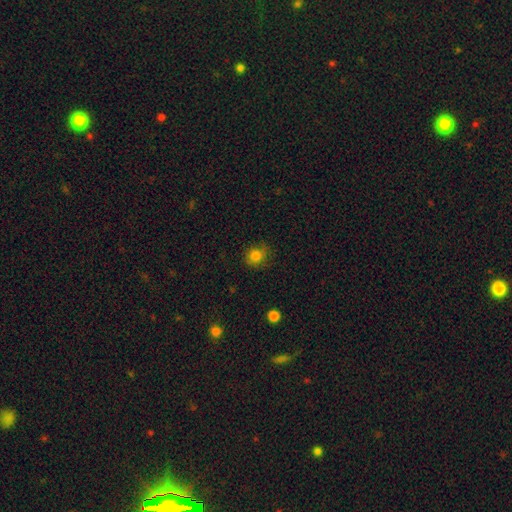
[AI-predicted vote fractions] This appears to be a smooth galaxy with no disk features (82%) that is round (81%). Merging: none (77%).